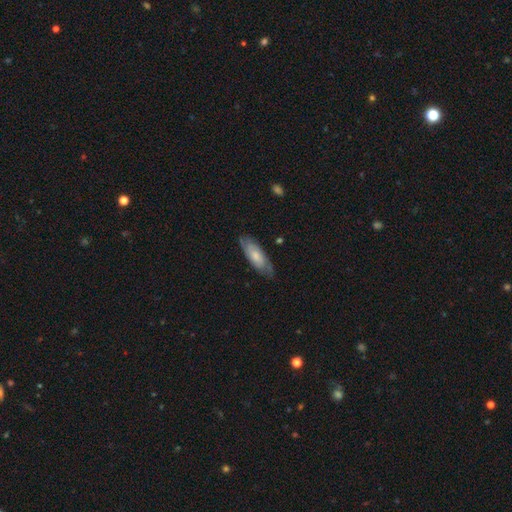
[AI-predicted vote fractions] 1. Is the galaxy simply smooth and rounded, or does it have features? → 53% smooth, 41% featured or disk, 6% star or artifact.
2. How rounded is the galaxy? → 66% in between, 33% cigar-shaped, 2% round.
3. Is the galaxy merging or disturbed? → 72% none, 22% minor disturbance, 5% major disturbance, 1% merger.